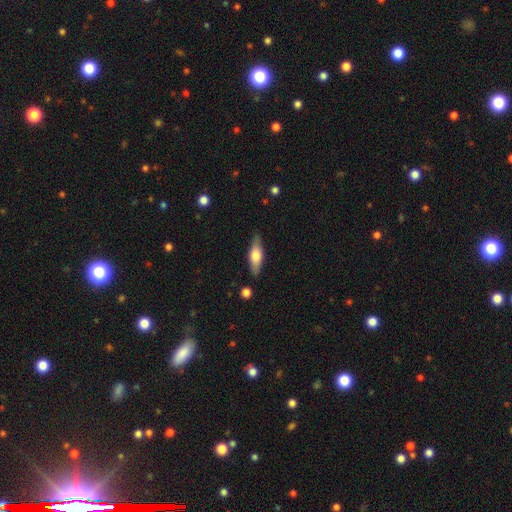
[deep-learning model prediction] A smooth galaxy with no disk features (52%) that is in between round and cigar-shaped (54%). Merging: none (84%).